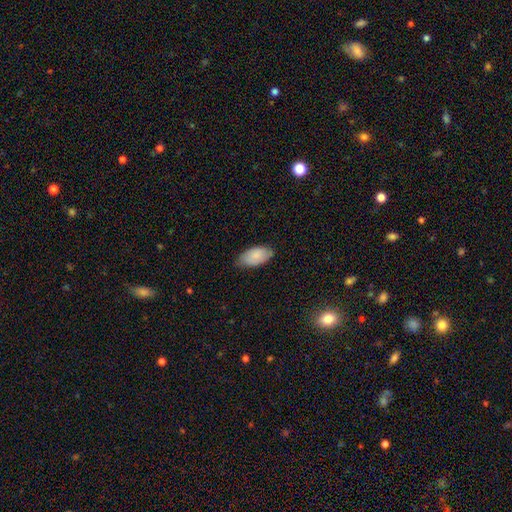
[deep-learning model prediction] Smooth or featured? smooth (84%)
How rounded? in between (95%)
Merging? none (69%)